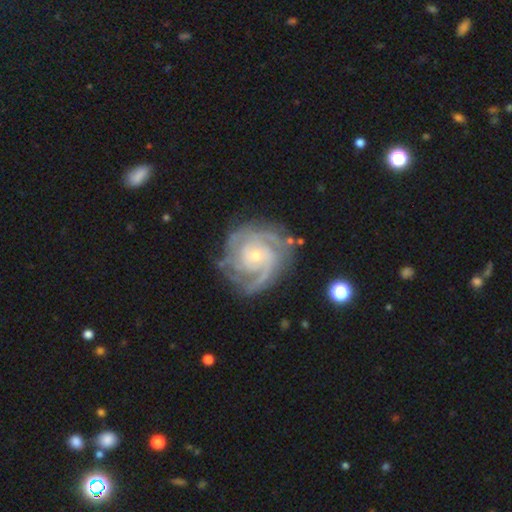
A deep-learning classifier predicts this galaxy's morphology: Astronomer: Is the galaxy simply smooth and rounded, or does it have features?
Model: featured or disk — 90%.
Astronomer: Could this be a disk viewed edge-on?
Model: no — 98%.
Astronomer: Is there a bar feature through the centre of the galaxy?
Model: no — 72%.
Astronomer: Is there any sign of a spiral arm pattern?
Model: yes — 98%.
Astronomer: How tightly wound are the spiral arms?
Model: tight — 66%.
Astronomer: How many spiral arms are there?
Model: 3 — 32% (runner-up: 2, 25%).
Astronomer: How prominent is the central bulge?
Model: small — 69%.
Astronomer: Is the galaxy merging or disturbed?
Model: none — 76%.